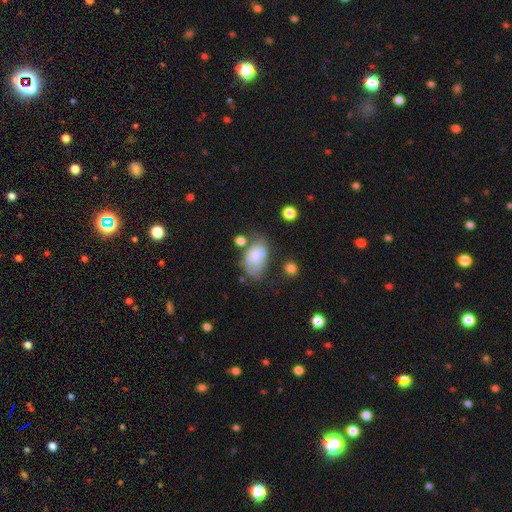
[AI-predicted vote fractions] This is likely a smooth galaxy (75%). How rounded: clearly in between (88%). Merging: marginally none (38%).